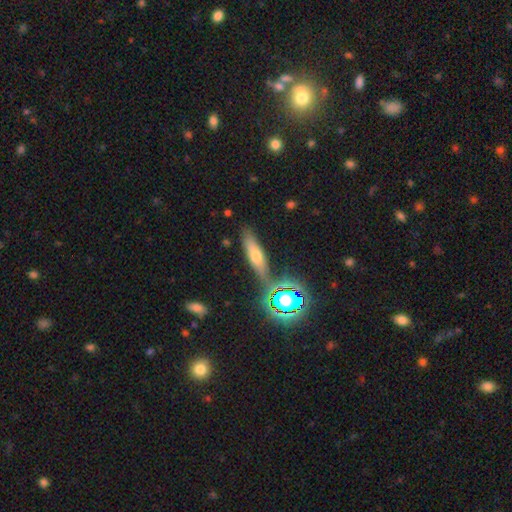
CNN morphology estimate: Smooth or featured? Predicted: smooth (p=0.48). Merging? Predicted: none (p=0.77).